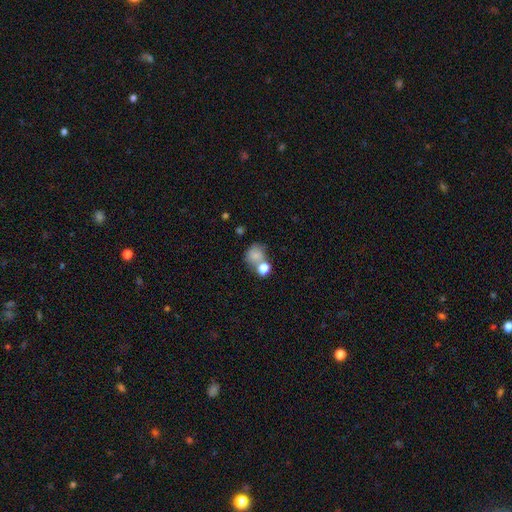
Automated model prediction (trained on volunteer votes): A smooth galaxy with no disk features (75%) that is round (66%).

Vote fractions:
- Smooth or featured? smooth: 75% / featured or disk: 12% / star or artifact: 12%
- How rounded? round: 66% / in between: 33% / cigar-shaped: 1%
- Merging? none: 39% / merger: 35% / minor disturbance: 16% / major disturbance: 10%